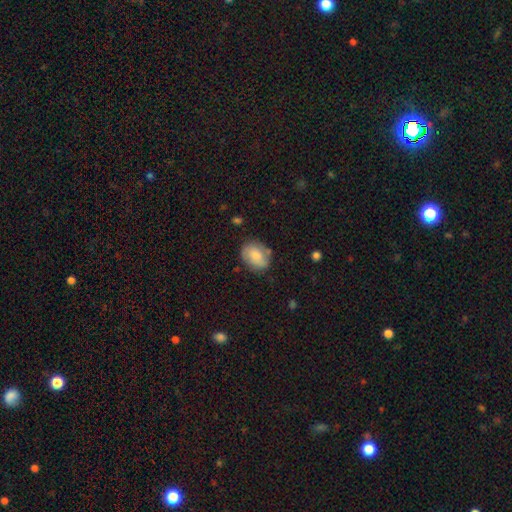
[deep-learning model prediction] Smooth or featured: smooth — 73% (featured or disk — 20%)
How rounded: in between — 61% (round — 38%)
Merging: none — 72% (minor disturbance — 20%)